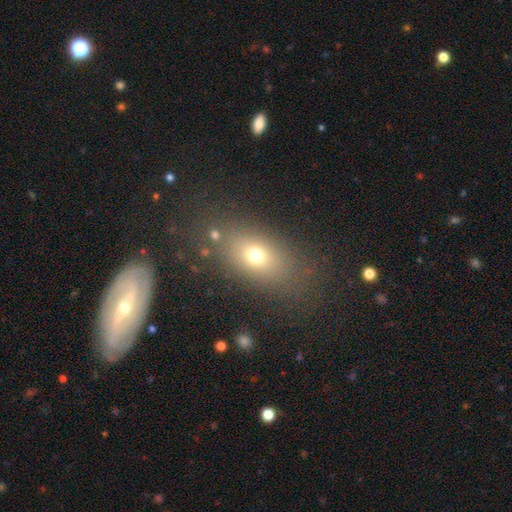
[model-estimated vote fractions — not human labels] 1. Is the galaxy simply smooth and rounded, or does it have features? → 69% smooth, 16% featured or disk, 15% star or artifact.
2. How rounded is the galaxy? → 75% in between, 18% round, 7% cigar-shaped.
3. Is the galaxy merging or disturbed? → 79% none, 11% minor disturbance, 7% major disturbance, 4% merger.